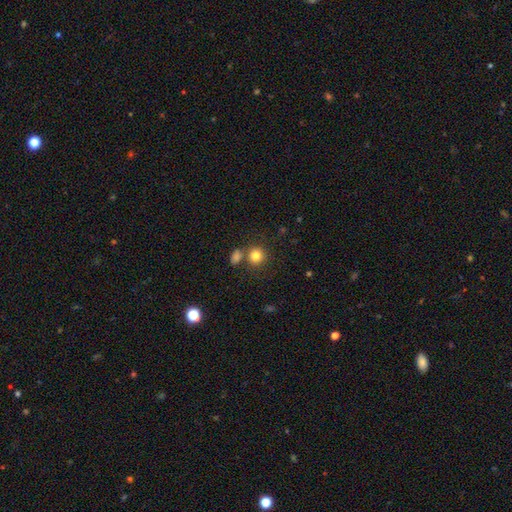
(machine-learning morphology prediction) A smooth galaxy with no disk features (82%) that is round (88%). Merging: none (71%).